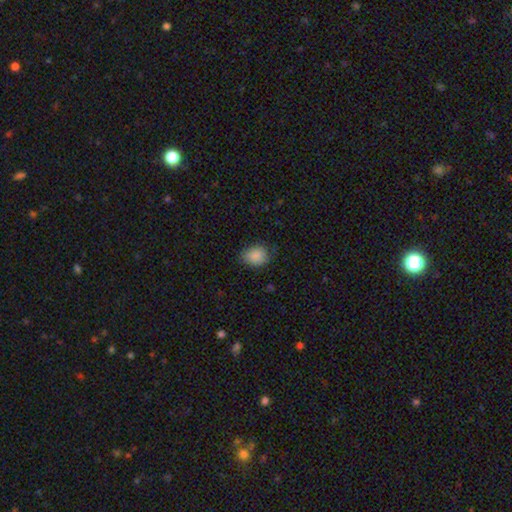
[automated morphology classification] This appears to be a smooth galaxy with no disk features (88%) that is in between round and cigar-shaped (58%). Merging: none (75%).